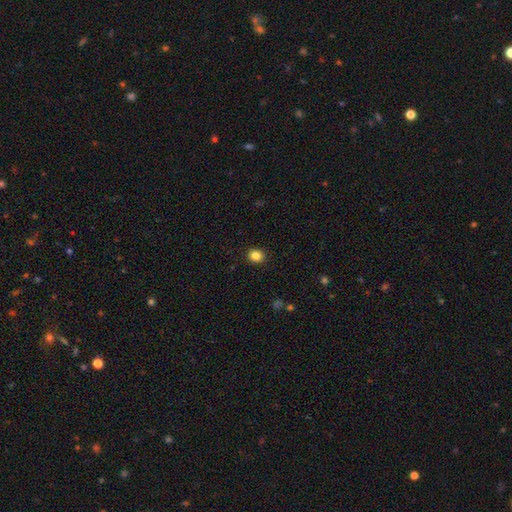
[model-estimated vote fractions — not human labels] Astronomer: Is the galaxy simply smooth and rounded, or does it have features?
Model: smooth — 84%.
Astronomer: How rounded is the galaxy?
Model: round — 81%.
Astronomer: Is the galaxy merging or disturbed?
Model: none — 91%.